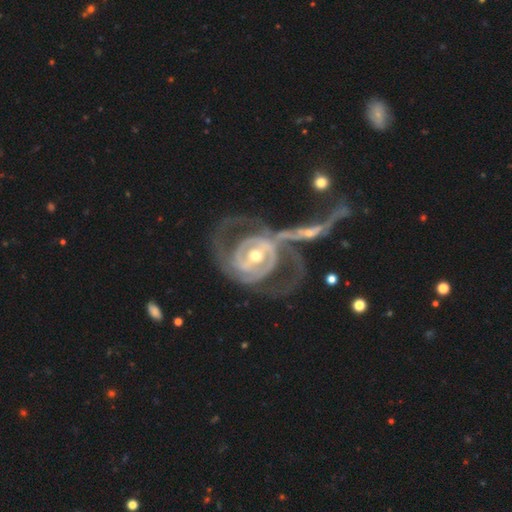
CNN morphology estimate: Smooth or featured? featured or disk (89%)
Edge-on disk? no (96%)
Bar? strong (43%)
Spiral arms? yes (90%)
Spiral winding? tight (46%)
Spiral arm count? 2 (63%)
Bulge size? moderate (65%)
Merging? merger (37%)